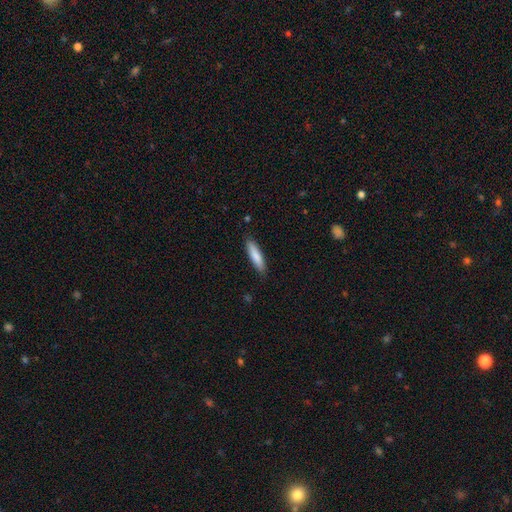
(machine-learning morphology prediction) Q: Smooth or featured?
A: smooth (82%); runner-up: featured or disk (12%)
Q: How rounded?
A: cigar-shaped (78%); runner-up: in between (20%)
Q: Merging?
A: none (87%); runner-up: minor disturbance (10%)